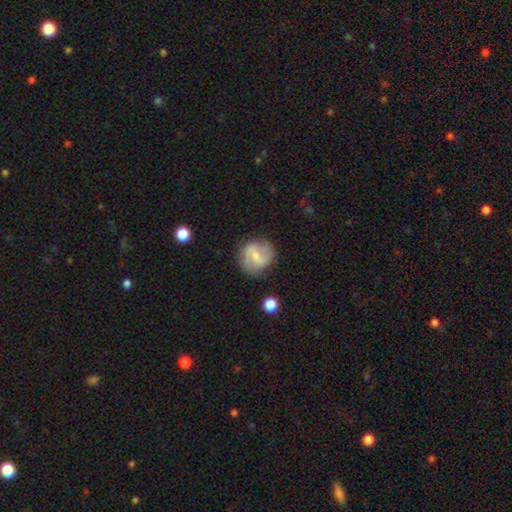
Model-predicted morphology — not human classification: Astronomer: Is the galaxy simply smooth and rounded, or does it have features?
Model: featured or disk — 62%.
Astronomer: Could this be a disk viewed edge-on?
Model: no — 97%.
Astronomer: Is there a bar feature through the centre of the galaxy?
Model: weak — 54%.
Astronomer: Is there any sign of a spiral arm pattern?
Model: yes — 85%.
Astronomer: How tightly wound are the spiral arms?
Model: medium — 49% (runner-up: loose, 28%).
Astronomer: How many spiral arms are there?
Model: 2 — 84%.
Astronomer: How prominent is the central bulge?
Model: small — 55% (runner-up: moderate, 35%).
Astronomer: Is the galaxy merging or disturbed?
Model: none — 75%.